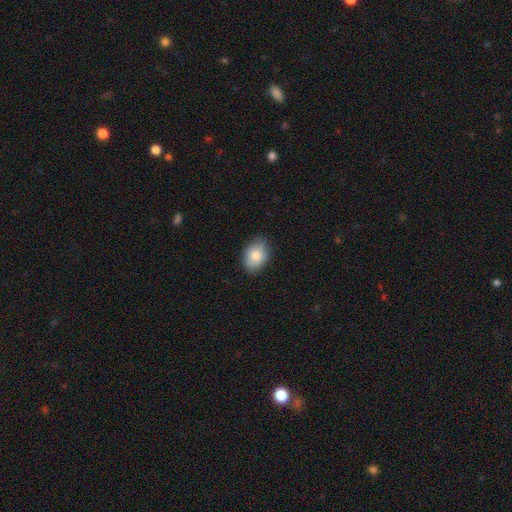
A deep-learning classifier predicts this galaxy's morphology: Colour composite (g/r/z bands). It shows a smooth galaxy with no disk features (81%) that is in between round and cigar-shaped (73%). Merging: none (84%).